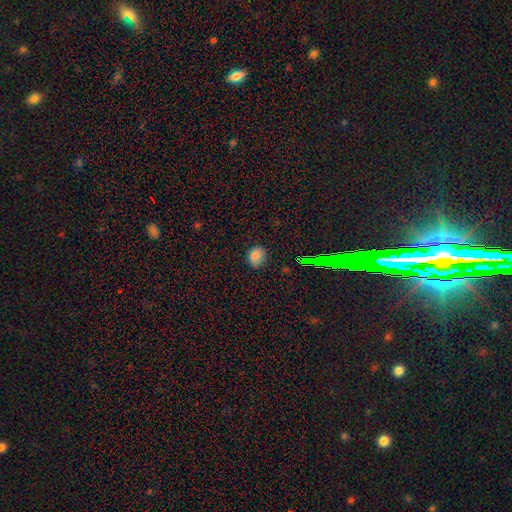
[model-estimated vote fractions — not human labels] Morphology: type=smooth (81%); roundness=round (51%); merging=none (73%).